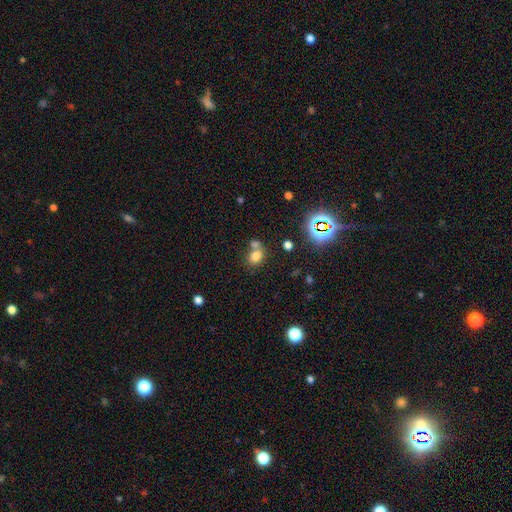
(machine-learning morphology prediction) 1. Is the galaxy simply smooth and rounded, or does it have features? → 75% smooth, 16% star or artifact, 9% featured or disk.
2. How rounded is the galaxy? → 54% in between, 45% round, 1% cigar-shaped.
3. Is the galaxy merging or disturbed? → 43% none, 41% merger, 10% minor disturbance, 5% major disturbance.